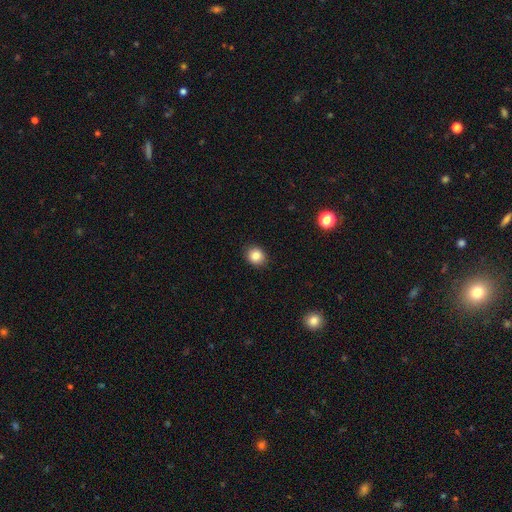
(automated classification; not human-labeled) smooth-or-featured: smooth: 84% | star or artifact: 10% | featured or disk: 5%
  how-rounded: round: 75% | in between: 24% | cigar-shaped: 1%
  merging: none: 90% | minor disturbance: 7% | major disturbance: 2% | merger: 1%